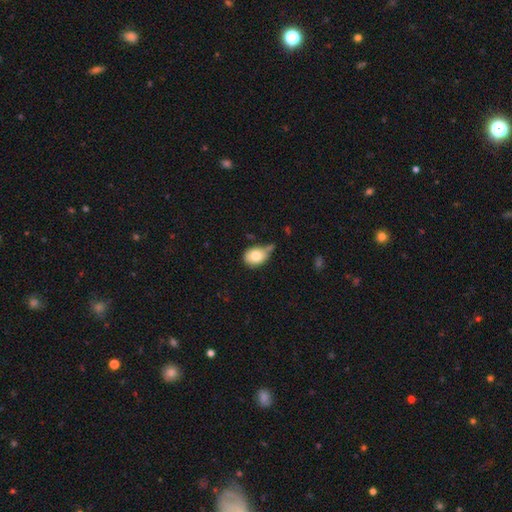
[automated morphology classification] This is likely a smooth galaxy (77%). How rounded: possibly in between (55%). Merging: marginally none (37%).